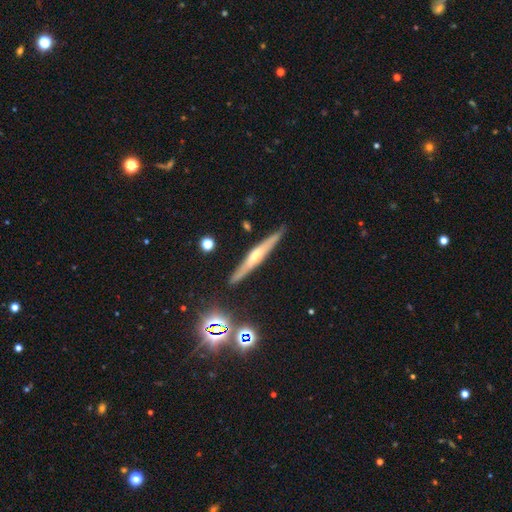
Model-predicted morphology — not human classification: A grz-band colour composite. It shows a featured or disk galaxy (63%) viewed edge-on (95%) with a rounded central bulge (66%). Merging: none (86%).